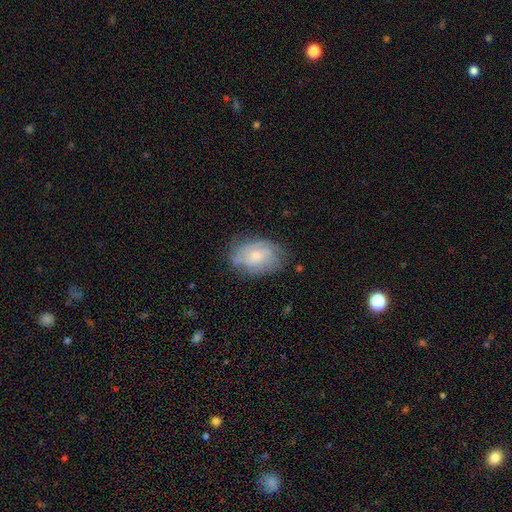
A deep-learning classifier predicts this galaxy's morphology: Smooth or featured? featured or disk (50%)
Merging? none (65%)